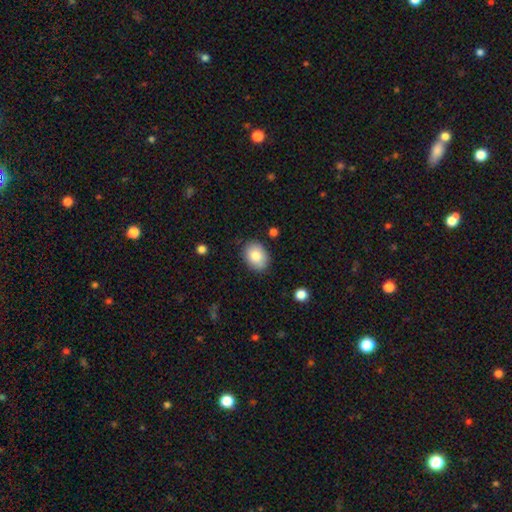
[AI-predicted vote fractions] smooth-or-featured: smooth: 84% | featured or disk: 9% | star or artifact: 7%
  how-rounded: in between: 71% | round: 28% | cigar-shaped: 1%
  merging: none: 83% | minor disturbance: 12% | major disturbance: 3% | merger: 2%